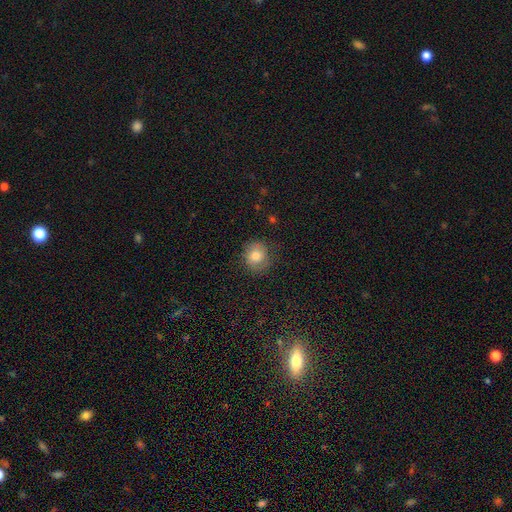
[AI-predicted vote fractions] smooth 74%, featured or disk 15%, star or artifact 10%. Down the decision tree: how rounded — round (81%); merging — none (78%).